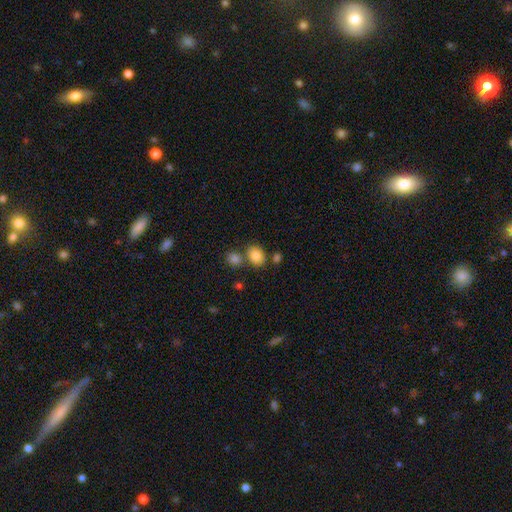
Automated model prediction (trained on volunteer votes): smooth-or-featured: smooth: 84% | star or artifact: 10% | featured or disk: 7%
  how-rounded: in between: 55% | round: 44% | cigar-shaped: 1%
  merging: none: 64% | merger: 21% | minor disturbance: 12% | major disturbance: 4%